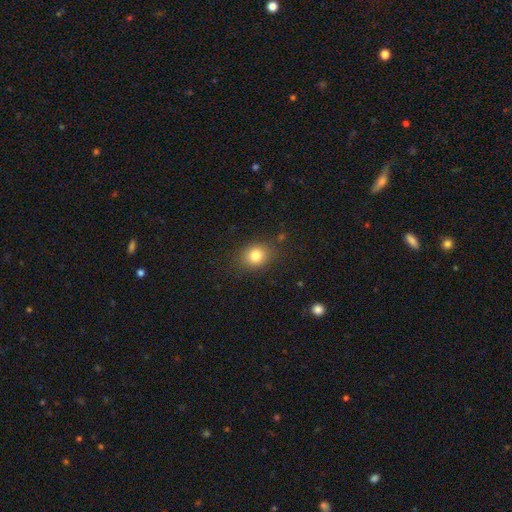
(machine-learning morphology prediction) Q: Smooth or featured?
A: smooth (82%); runner-up: star or artifact (11%)
Q: How rounded?
A: round (60%); runner-up: in between (39%)
Q: Merging?
A: none (84%); runner-up: minor disturbance (11%)